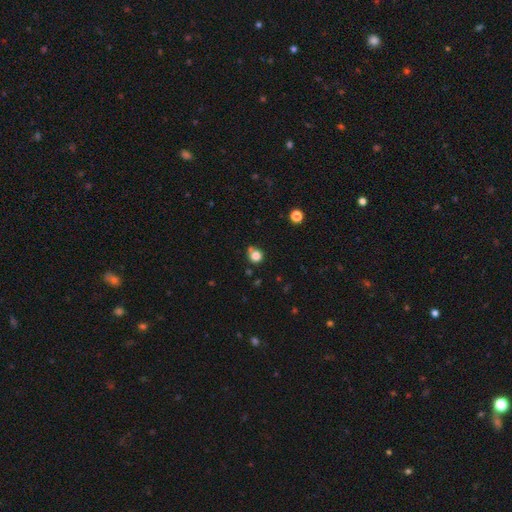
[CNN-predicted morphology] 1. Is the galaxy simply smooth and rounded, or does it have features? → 81% smooth, 13% star or artifact, 6% featured or disk.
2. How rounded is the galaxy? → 88% round, 11% in between, 1% cigar-shaped.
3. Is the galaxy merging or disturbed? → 66% none, 18% minor disturbance, 12% merger, 5% major disturbance.